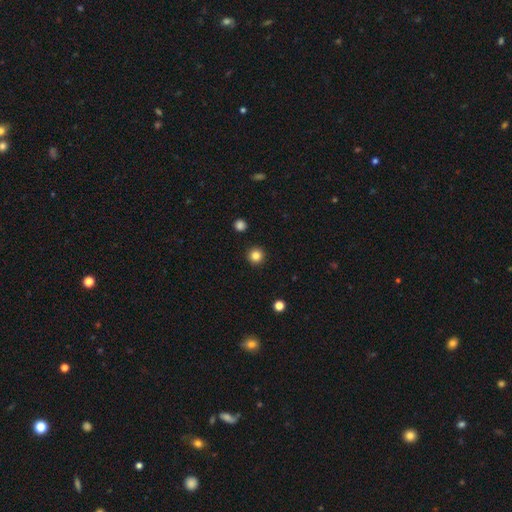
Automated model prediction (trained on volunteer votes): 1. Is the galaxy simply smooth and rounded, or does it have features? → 85% smooth, 11% star or artifact, 4% featured or disk.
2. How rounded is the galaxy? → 96% round, 3% in between, 1% cigar-shaped.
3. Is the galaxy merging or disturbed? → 93% none, 4% minor disturbance, 2% major disturbance, 1% merger.